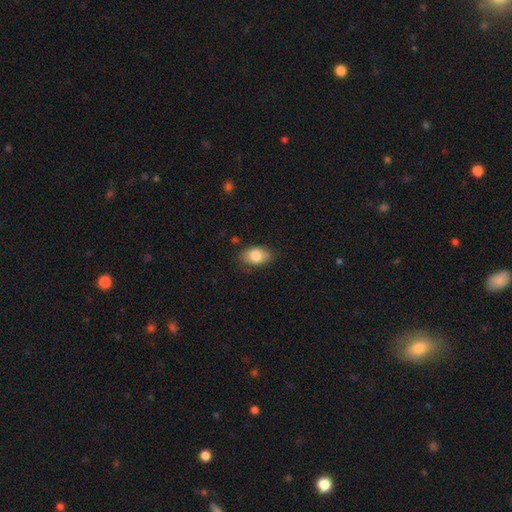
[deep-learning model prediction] Smooth or featured? smooth (82%)
How rounded? in between (87%)
Merging? none (75%)